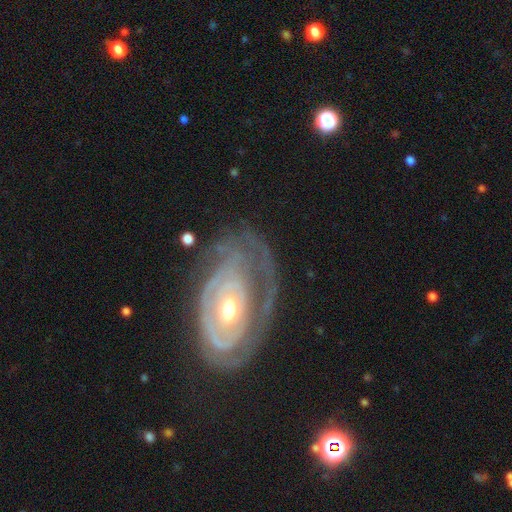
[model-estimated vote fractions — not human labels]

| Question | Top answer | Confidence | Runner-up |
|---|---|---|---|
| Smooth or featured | featured or disk | 83% | smooth (11%) |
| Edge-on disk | no | 95% | yes (5%) |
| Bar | no | 77% | weak (17%) |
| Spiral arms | yes | 77% | no (23%) |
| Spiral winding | tight | 73% | medium (19%) |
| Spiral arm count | can't tell | 46% | 2 (22%) |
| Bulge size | moderate | 66% | small (24%) |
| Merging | none | 55% | minor disturbance (22%) |